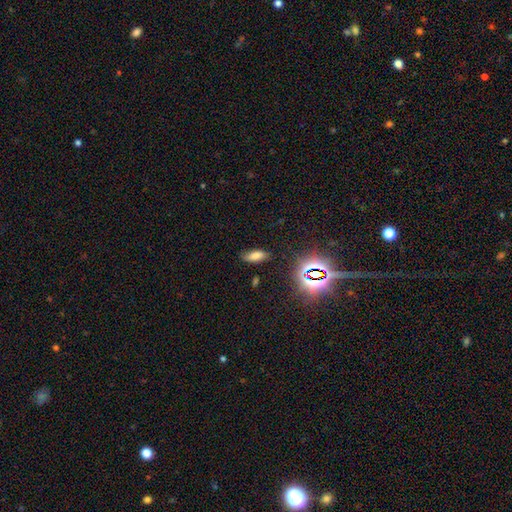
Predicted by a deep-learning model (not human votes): smooth 69%, star or artifact 20%, featured or disk 11%. Down the decision tree: how rounded — in between (80%); merging — none (81%).